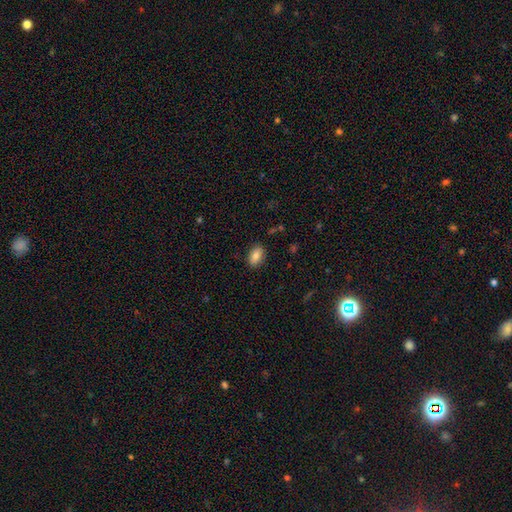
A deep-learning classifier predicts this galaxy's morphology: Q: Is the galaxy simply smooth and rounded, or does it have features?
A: smooth — 82%.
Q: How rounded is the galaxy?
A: in between — 89%.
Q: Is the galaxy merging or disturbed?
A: none — 87%.